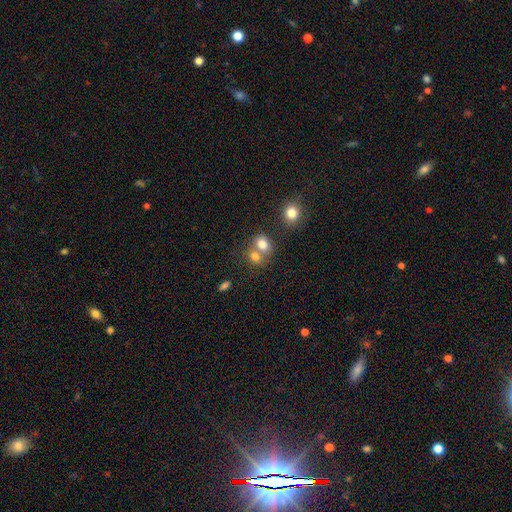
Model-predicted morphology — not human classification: Smooth or featured: smooth — 68% (star or artifact — 17%)
How rounded: round — 69% (in between — 30%)
Merging: merger — 53% (none — 37%)